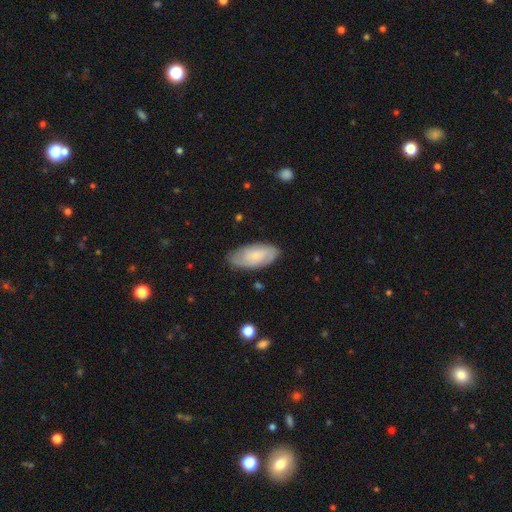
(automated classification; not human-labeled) This is possibly a smooth galaxy (48%). Merging: likely none (79%).